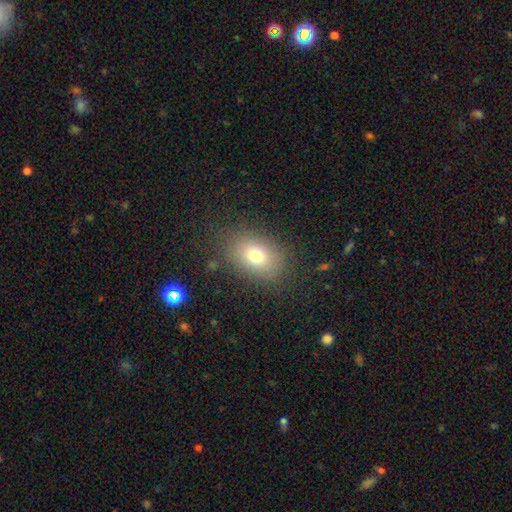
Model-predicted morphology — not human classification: The model was most divided on "how rounded": in between: 74%, round: 25%, cigar-shaped: 1%. More confident: merging — none (83%); smooth or featured — smooth (74%).